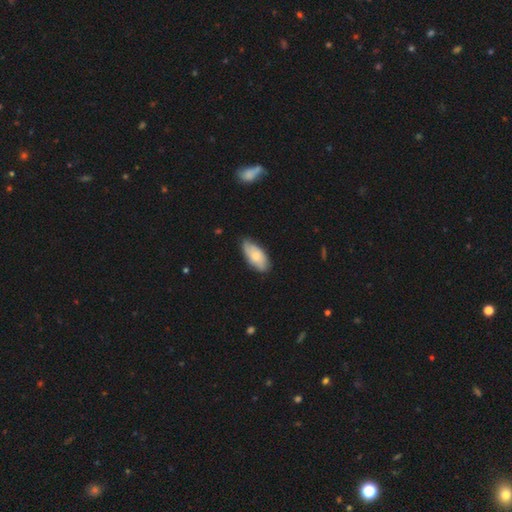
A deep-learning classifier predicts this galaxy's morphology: smooth-or-featured: smooth: 66% | featured or disk: 28% | star or artifact: 6%
  how-rounded: in between: 90% | cigar-shaped: 8% | round: 2%
  merging: none: 72% | minor disturbance: 24% | major disturbance: 3% | merger: 1%